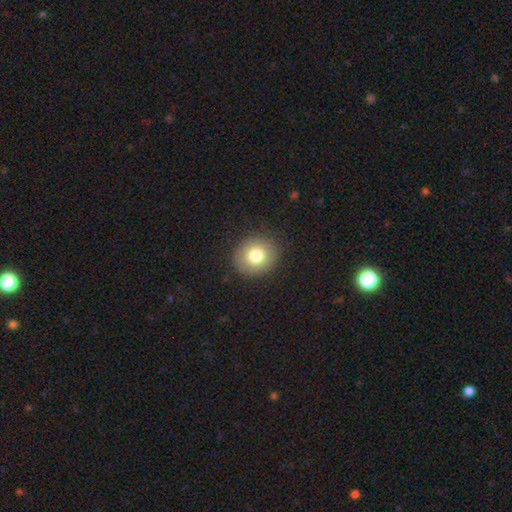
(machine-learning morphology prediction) The model was most divided on "how rounded": round: 80%, in between: 20%, cigar-shaped: 1%. More confident: merging — none (89%); smooth or featured — smooth (78%).